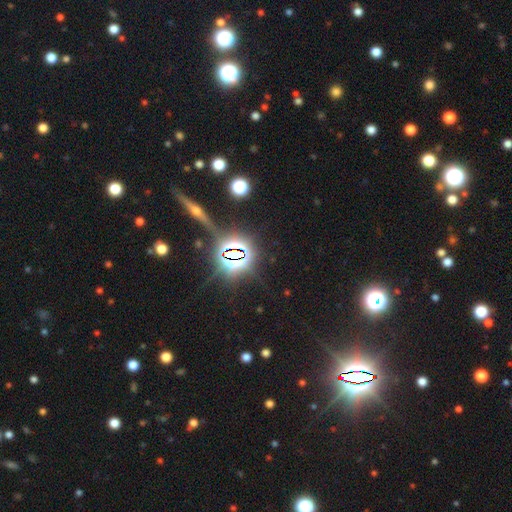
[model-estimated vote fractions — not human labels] Smooth or featured? star or artifact (73%)